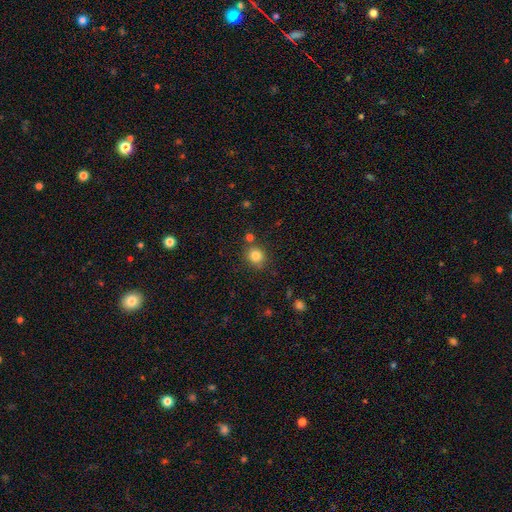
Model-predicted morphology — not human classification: smooth_or_featured: smooth (p=0.83) [alt: star or artifact p=0.11]
how_rounded: round (p=0.85) [alt: in between p=0.14]
merging: none (p=0.78) [alt: minor disturbance p=0.10]